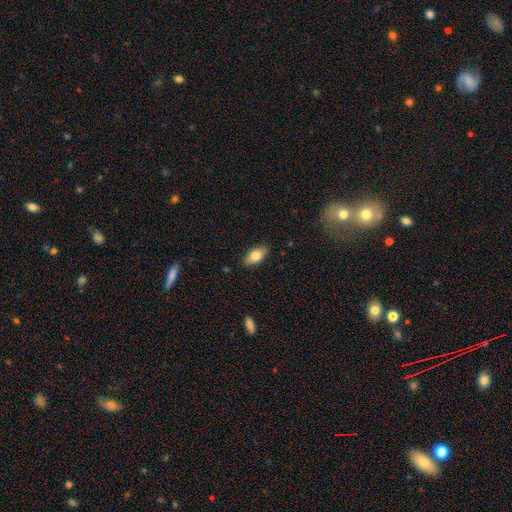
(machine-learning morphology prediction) smooth_or_featured: smooth (p=0.77) [alt: featured or disk p=0.16]
how_rounded: in between (p=0.91) [alt: cigar-shaped p=0.05]
merging: none (p=0.87) [alt: minor disturbance p=0.10]